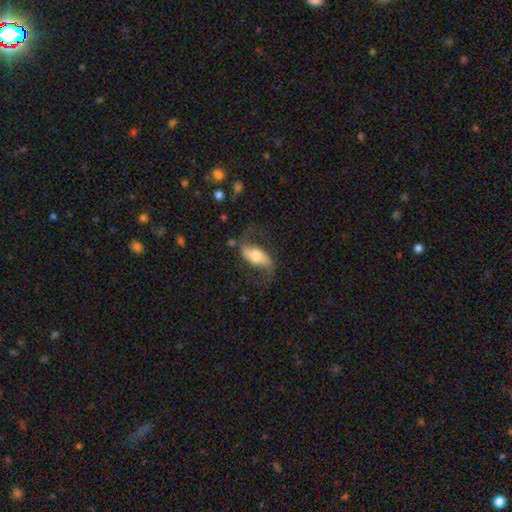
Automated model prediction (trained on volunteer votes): featured or disk 73%, smooth 21%, star or artifact 6%. Down the decision tree: edge-on disk — no (88%); bar — strong (38%); spiral arms — yes (90%); spiral arm count — 2 (92%); spiral winding — loose (74%); bulge size — moderate (53%); merging — none (67%).